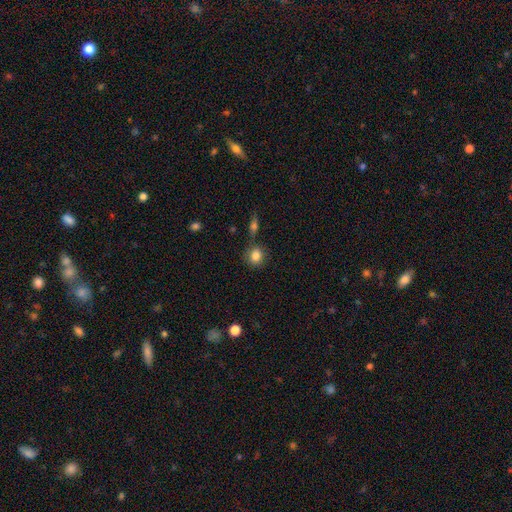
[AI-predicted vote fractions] Smooth or featured: smooth — 84% (star or artifact — 9%)
How rounded: round — 76% (in between — 23%)
Merging: none — 74% (minor disturbance — 13%)